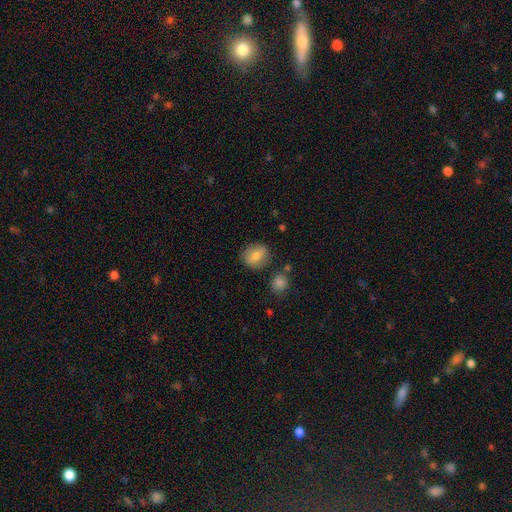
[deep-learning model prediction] smooth-or-featured: smooth: 77% | featured or disk: 15% | star or artifact: 9%
  how-rounded: round: 67% | in between: 31% | cigar-shaped: 1%
  merging: none: 81% | minor disturbance: 12% | merger: 4% | major disturbance: 3%